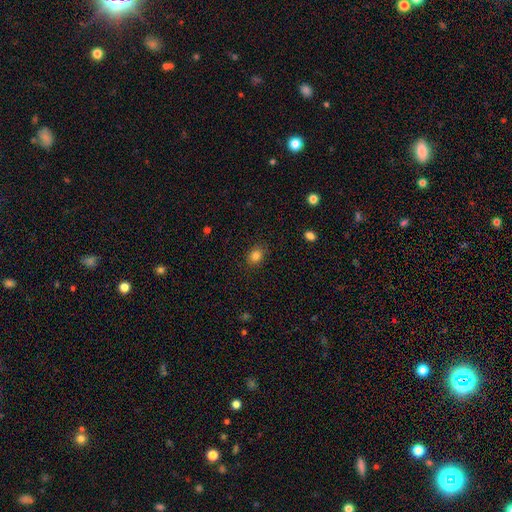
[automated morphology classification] This is clearly a smooth galaxy (83%). How rounded: possibly in between (54%). Merging: clearly none (86%).